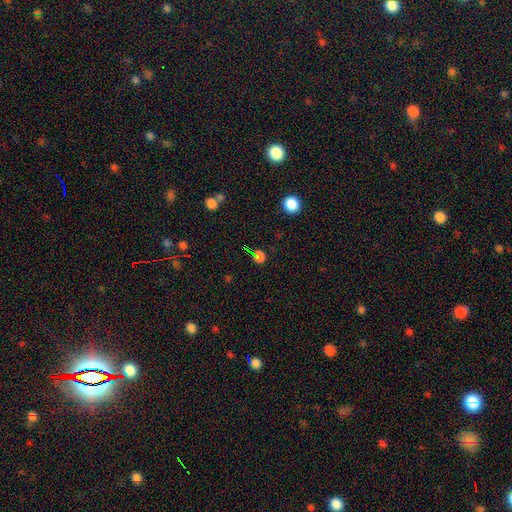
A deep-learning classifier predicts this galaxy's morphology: smooth-or-featured: smooth: 52% | star or artifact: 41% | featured or disk: 7%
  how-rounded: round: 70% | in between: 25% | cigar-shaped: 5%
  merging: none: 73% | minor disturbance: 12% | merger: 8% | major disturbance: 7%